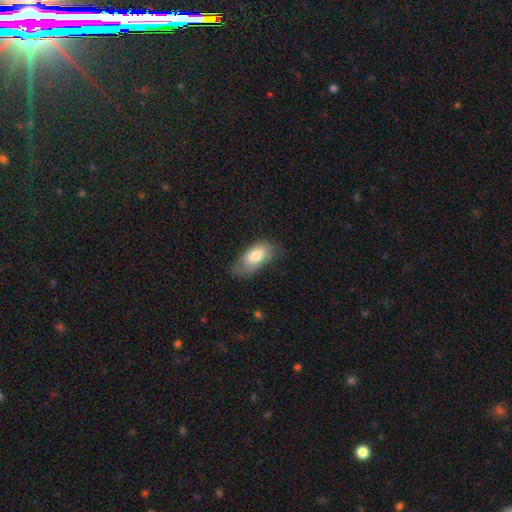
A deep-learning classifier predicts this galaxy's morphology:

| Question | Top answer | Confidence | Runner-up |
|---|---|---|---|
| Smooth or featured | smooth | 77% | featured or disk (17%) |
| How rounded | in between | 91% | cigar-shaped (6%) |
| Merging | none | 51% | minor disturbance (34%) |